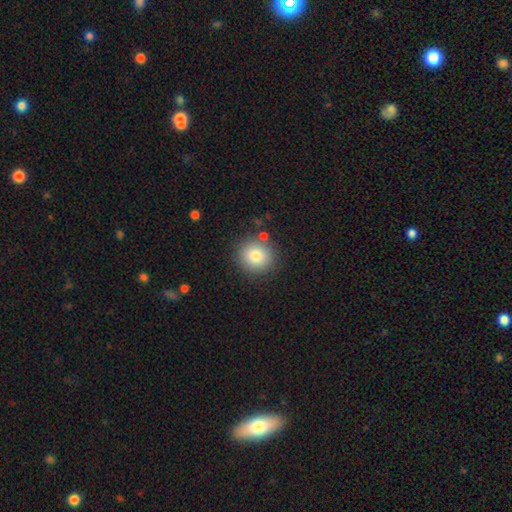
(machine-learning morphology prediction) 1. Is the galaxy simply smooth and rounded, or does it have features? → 82% smooth, 10% star or artifact, 8% featured or disk.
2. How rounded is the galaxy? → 90% round, 9% in between, 1% cigar-shaped.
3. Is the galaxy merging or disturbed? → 83% none, 9% minor disturbance, 5% merger, 3% major disturbance.